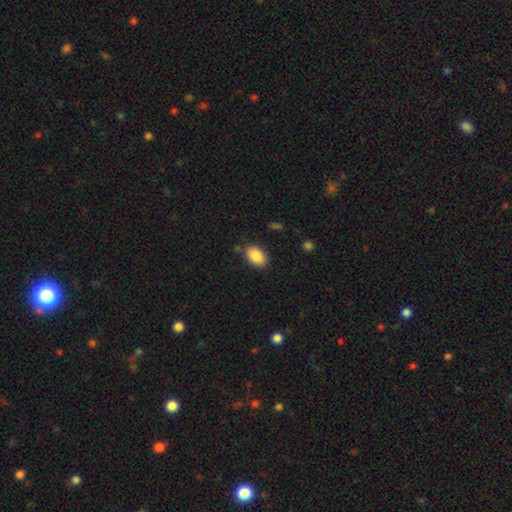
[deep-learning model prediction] smooth_or_featured: smooth (p=0.87) [alt: star or artifact p=0.07]
how_rounded: in between (p=0.86) [alt: round p=0.13]
merging: none (p=0.81) [alt: minor disturbance p=0.13]